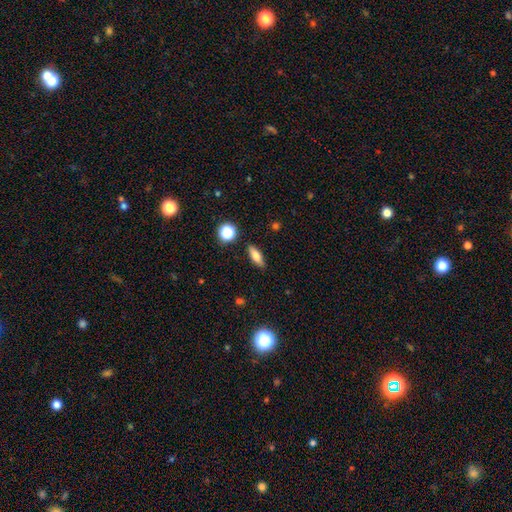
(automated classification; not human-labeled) smooth 74%, featured or disk 16%, star or artifact 9%. Down the decision tree: how rounded — in between (62%); merging — none (86%).